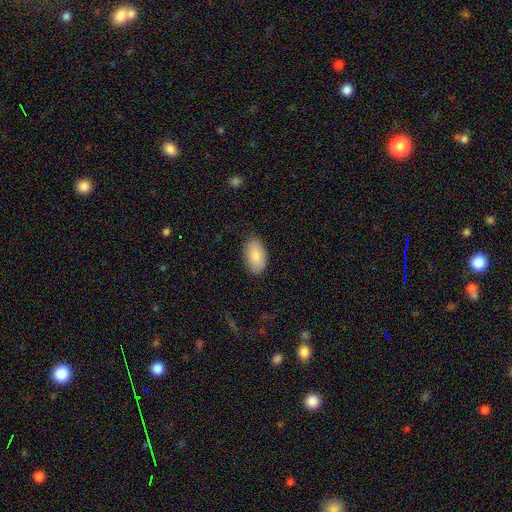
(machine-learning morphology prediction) The model was most divided on "merging": none: 83%, minor disturbance: 13%, major disturbance: 3%, merger: 1%. More confident: how rounded — in between (94%); smooth or featured — smooth (86%).